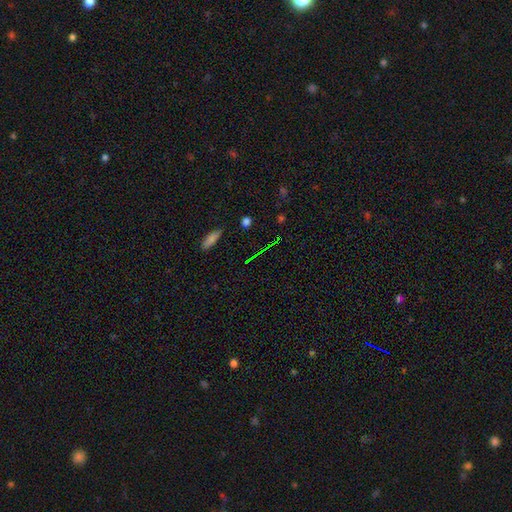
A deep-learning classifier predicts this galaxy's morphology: Smooth or featured? star or artifact (62%)